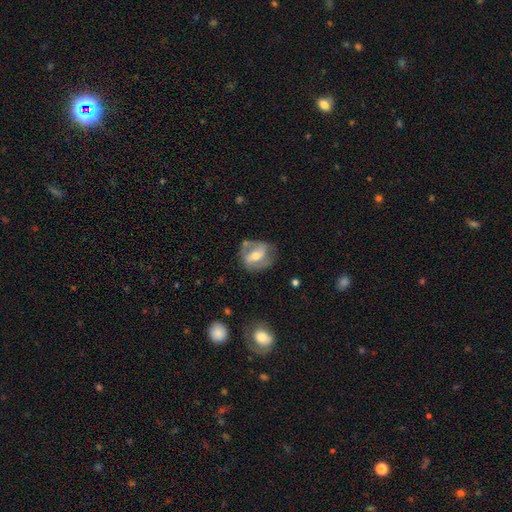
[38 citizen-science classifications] smooth_or_featured: featured or disk (p=0.76) [alt: smooth p=0.21]
disk_edge_on: no (p=0.93) [alt: yes p=0.07]
bar: weak (p=0.37) [alt: strong p=0.33]
has_spiral_arms: yes (p=0.96) [alt: no p=0.04]
spiral_winding: medium (p=0.58) [alt: tight p=0.31]
spiral_arm_count: 2 (p=0.85) [alt: can't tell p=0.12]
bulge_size: moderate (p=0.70) [alt: small p=0.30]
merging: none (p=0.65) [alt: minor disturbance p=0.22]